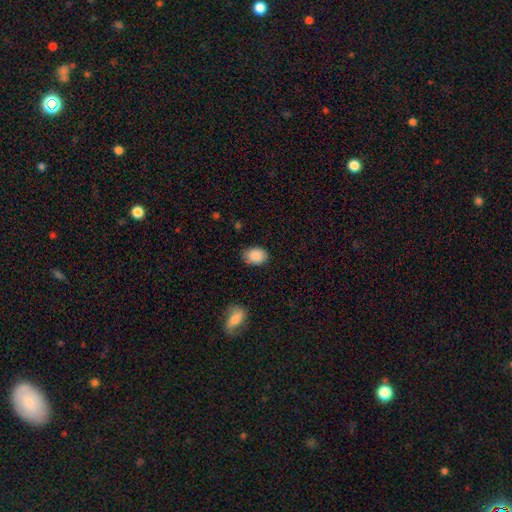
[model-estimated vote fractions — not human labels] Smooth or featured?
  - smooth: 89% *
  - star or artifact: 7%
  - featured or disk: 4%
How rounded?
  - in between: 70% *
  - round: 29%
  - cigar-shaped: 1%
Merging?
  - none: 79% *
  - minor disturbance: 16%
  - major disturbance: 3%
  - merger: 2%